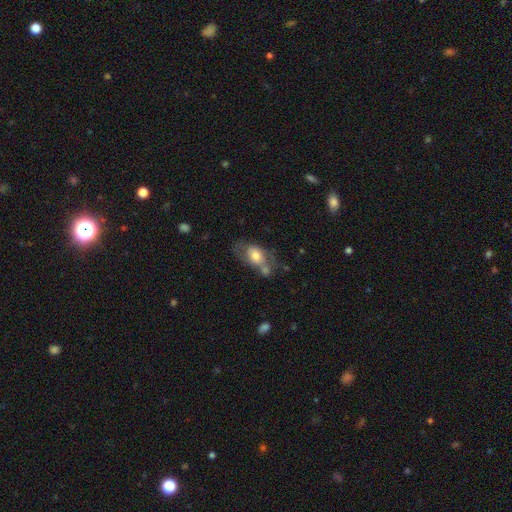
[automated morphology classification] Smooth or featured? smooth (61%)
How rounded? in between (81%)
Merging? none (36%)